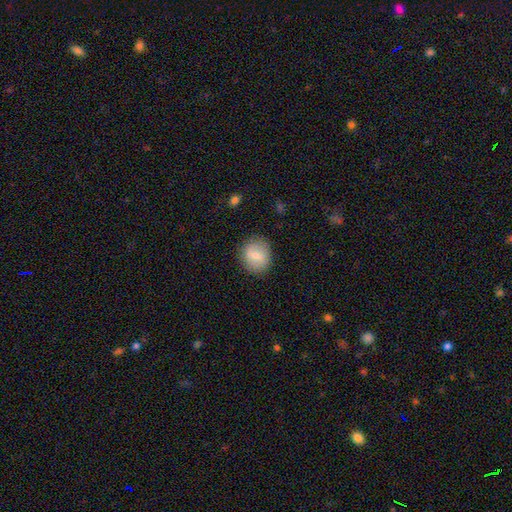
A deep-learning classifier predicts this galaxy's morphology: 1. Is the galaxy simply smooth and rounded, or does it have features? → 72% smooth, 21% featured or disk, 7% star or artifact.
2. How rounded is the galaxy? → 78% round, 21% in between, 1% cigar-shaped.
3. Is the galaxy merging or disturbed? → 84% none, 11% minor disturbance, 3% major disturbance, 1% merger.